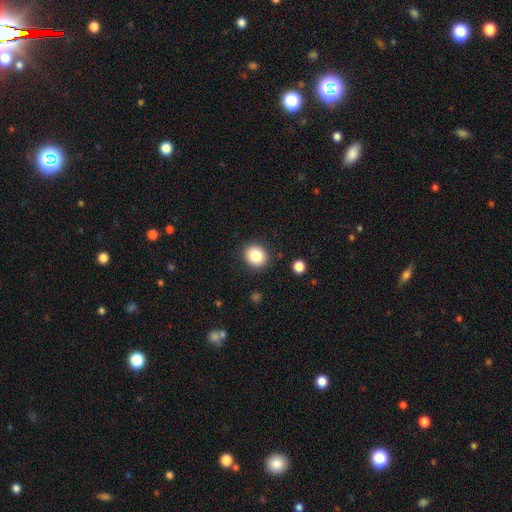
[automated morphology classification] This is clearly a smooth galaxy (84%). How rounded: likely round (79%). Merging: clearly none (88%).